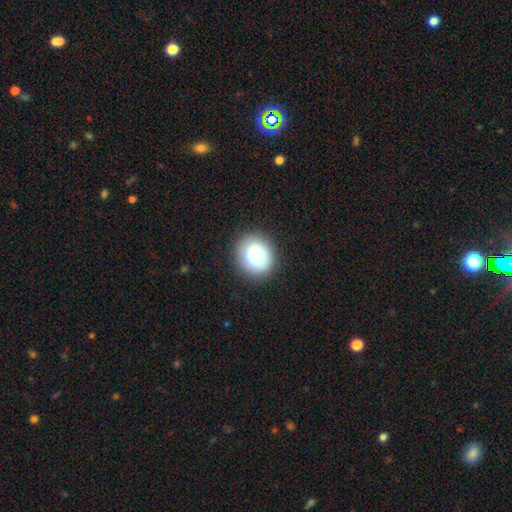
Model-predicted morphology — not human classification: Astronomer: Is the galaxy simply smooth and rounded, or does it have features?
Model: smooth — 84%.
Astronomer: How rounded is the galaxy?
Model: round — 73%.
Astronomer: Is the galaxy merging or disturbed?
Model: none — 84%.